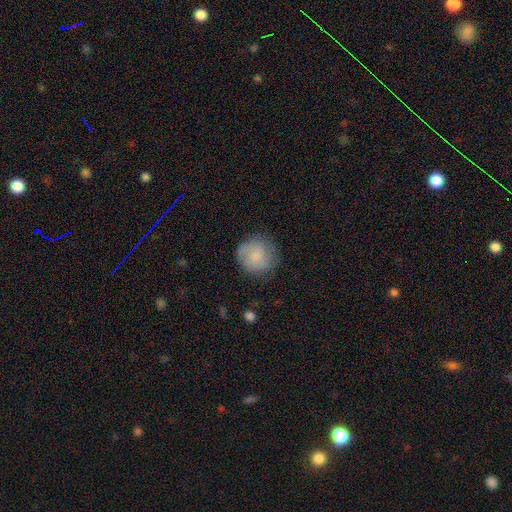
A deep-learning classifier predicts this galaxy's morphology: Smooth or featured? Predicted: smooth (p=0.61). How rounded? Predicted: round (p=0.91). Merging? Predicted: none (p=0.77).